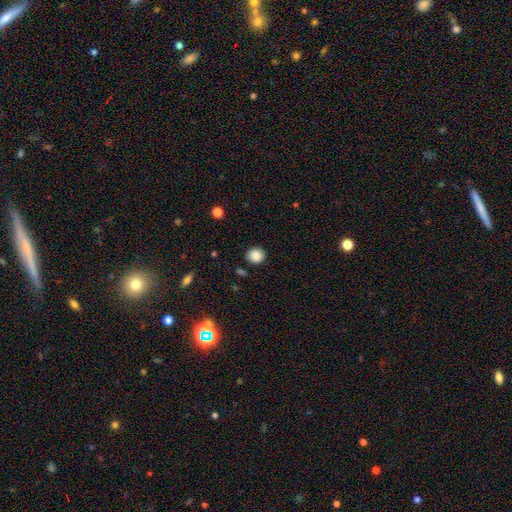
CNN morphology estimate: Smooth or featured? Predicted: smooth (p=0.87). How rounded? Predicted: round (p=0.83). Merging? Predicted: none (p=0.86).